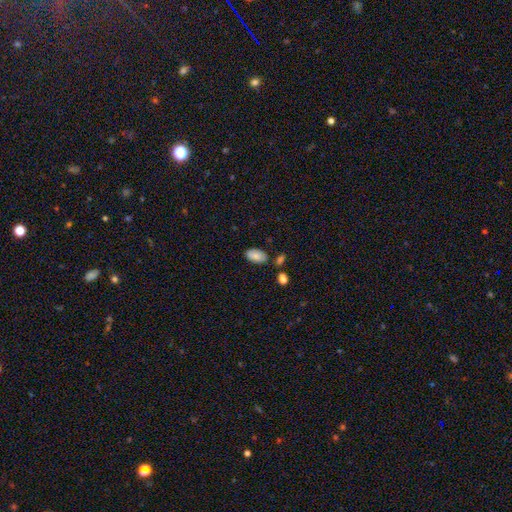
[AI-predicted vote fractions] This appears to be a smooth galaxy with no disk features (85%) that is in between round and cigar-shaped (95%). Merging: none (75%).